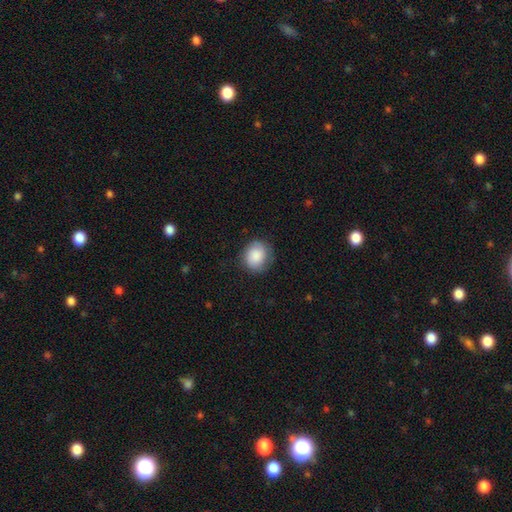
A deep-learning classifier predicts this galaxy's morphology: smooth-or-featured: smooth: 85% | featured or disk: 8% | star or artifact: 7%
  how-rounded: round: 73% | in between: 26% | cigar-shaped: 1%
  merging: none: 78% | minor disturbance: 16% | major disturbance: 5% | merger: 1%